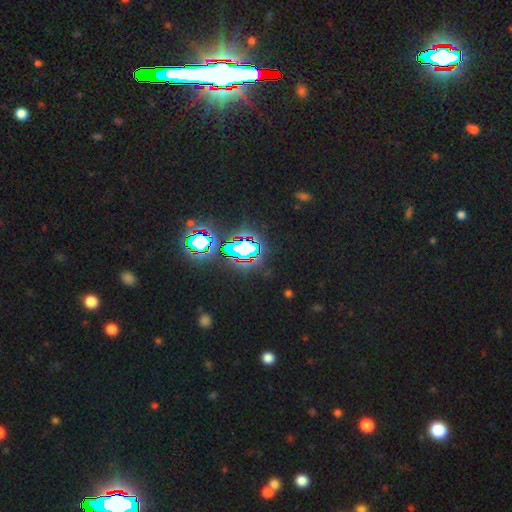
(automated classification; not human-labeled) Smooth or featured? star or artifact (83%)